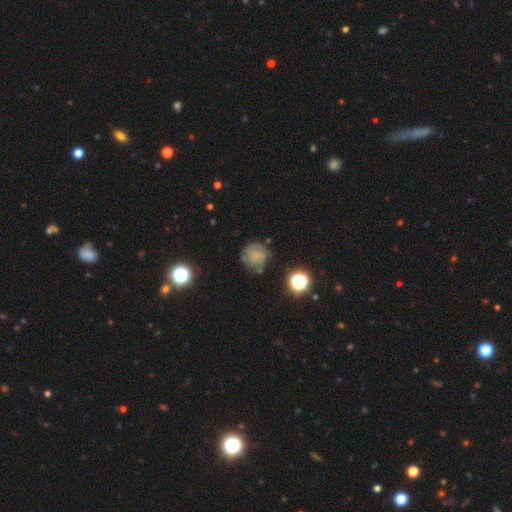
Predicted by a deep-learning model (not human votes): Q: Smooth or featured?
A: smooth (46%); runner-up: featured or disk (39%)
Q: Merging?
A: none (60%); runner-up: minor disturbance (24%)